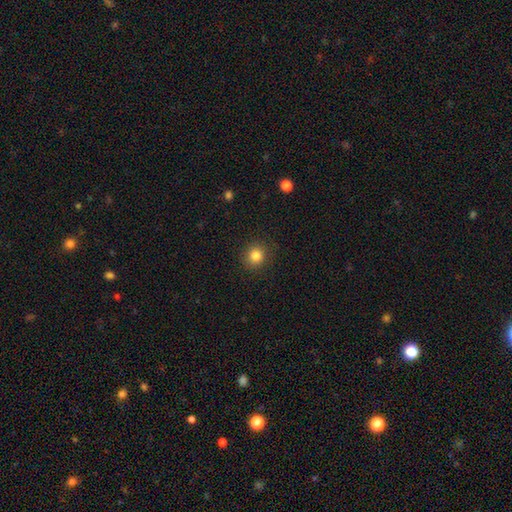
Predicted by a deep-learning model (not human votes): A smooth galaxy with no disk features (84%) that is round (90%).

Vote fractions:
- Smooth or featured? smooth: 84% / star or artifact: 11% / featured or disk: 5%
- How rounded? round: 90% / in between: 9% / cigar-shaped: 1%
- Merging? none: 90% / minor disturbance: 7% / major disturbance: 3% / merger: 1%